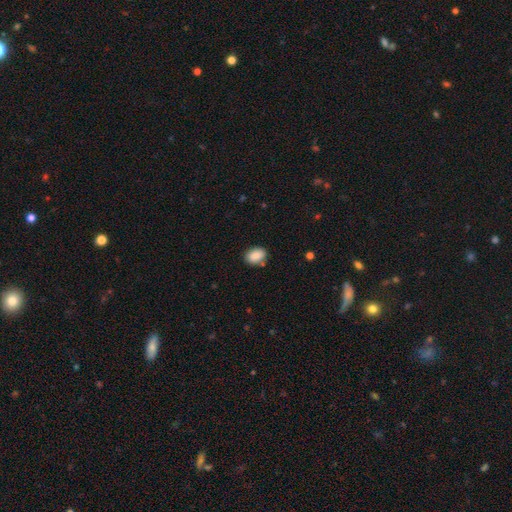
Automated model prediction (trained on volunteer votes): A smooth galaxy with no disk features (88%) that is in between round and cigar-shaped (80%).

Vote fractions:
- Smooth or featured? smooth: 88% / star or artifact: 7% / featured or disk: 5%
- How rounded? in between: 80% / round: 18% / cigar-shaped: 1%
- Merging? none: 78% / minor disturbance: 14% / merger: 5% / major disturbance: 3%